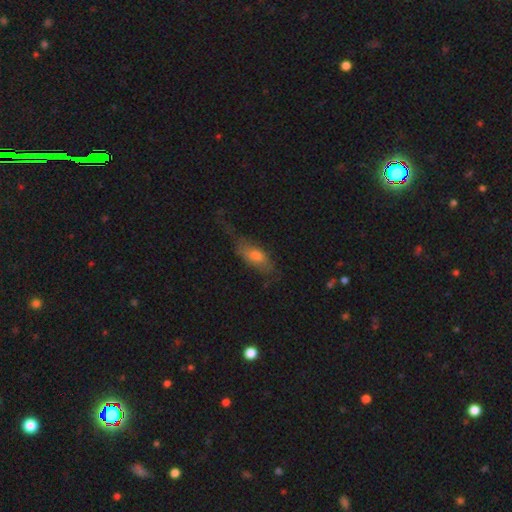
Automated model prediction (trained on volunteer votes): Smooth or featured? Predicted: smooth (p=0.62). How rounded? Predicted: in between (p=0.75). Merging? Predicted: none (p=0.40).